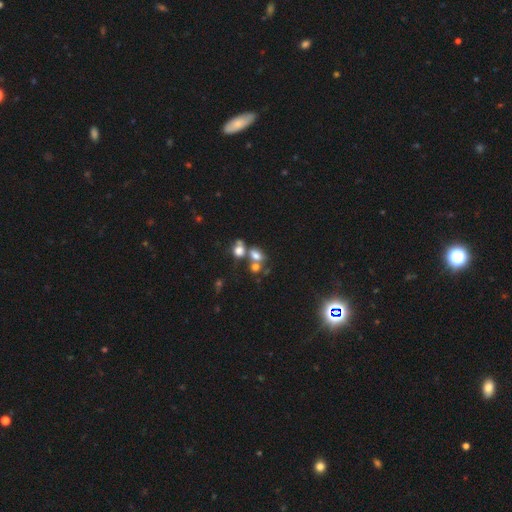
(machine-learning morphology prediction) The model was most divided on "merging": merger: 47%, none: 35%, minor disturbance: 11%, major disturbance: 7%. More confident: smooth or featured — smooth (67%); how rounded — in between (60%).